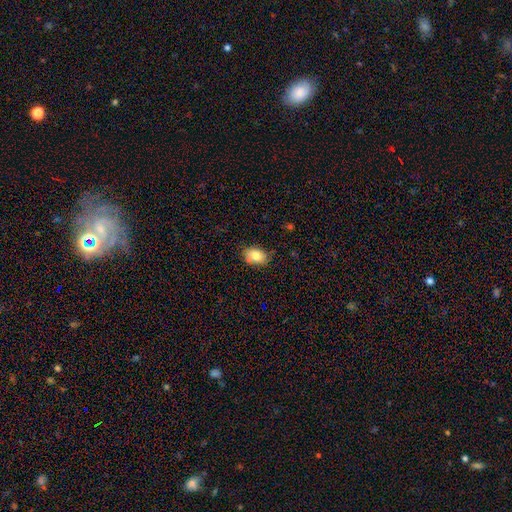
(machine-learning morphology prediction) smooth_or_featured: smooth (p=0.82) [alt: featured or disk p=0.09]
how_rounded: in between (p=0.82) [alt: round p=0.16]
merging: none (p=0.77) [alt: minor disturbance p=0.18]